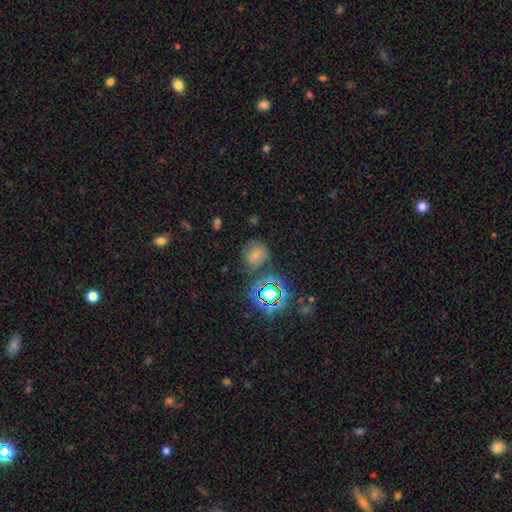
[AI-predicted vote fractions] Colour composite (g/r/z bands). It shows a smooth galaxy with no disk features (55%) that is round (73%). Merging: none (68%).